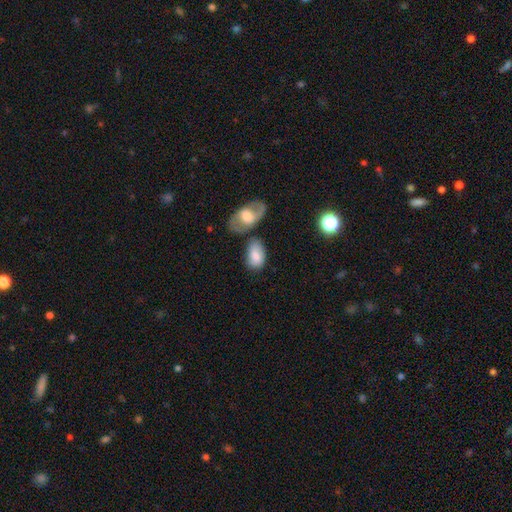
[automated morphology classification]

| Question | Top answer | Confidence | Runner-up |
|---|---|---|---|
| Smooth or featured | smooth | 76% | featured or disk (18%) |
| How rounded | in between | 90% | round (8%) |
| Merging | none | 53% | minor disturbance (22%) |